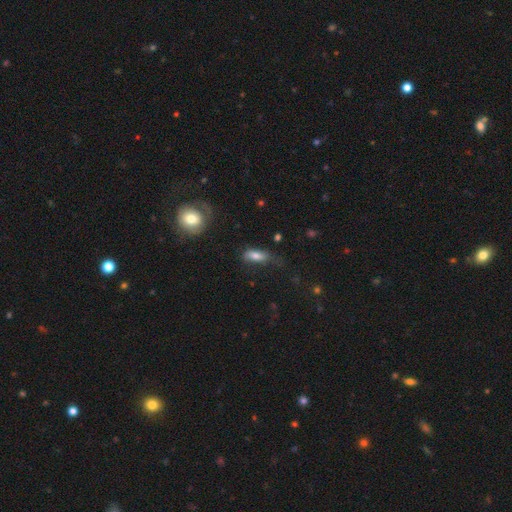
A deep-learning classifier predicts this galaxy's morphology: This is likely a smooth galaxy (75%). How rounded: likely in between (74%). Merging: marginally none (45%).